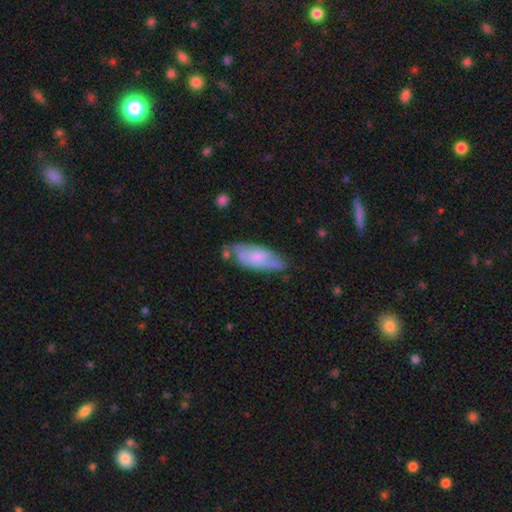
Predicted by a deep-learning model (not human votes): Smooth or featured: smooth — 51% (featured or disk — 43%)
How rounded: in between — 77% (cigar-shaped — 21%)
Merging: none — 54% (minor disturbance — 30%)